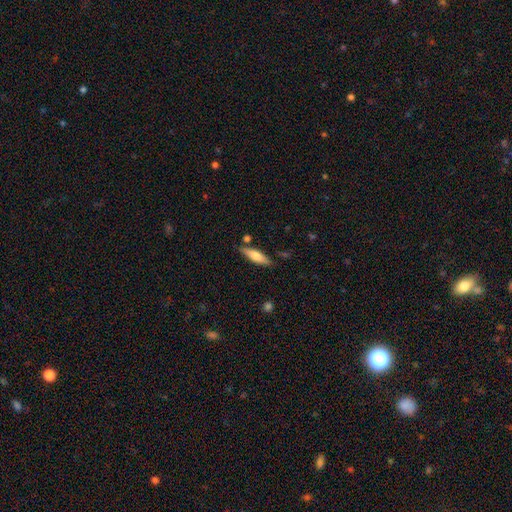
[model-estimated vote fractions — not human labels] A smooth galaxy with no disk features (61%) that is cigar-shaped (65%). Merging: none (80%).